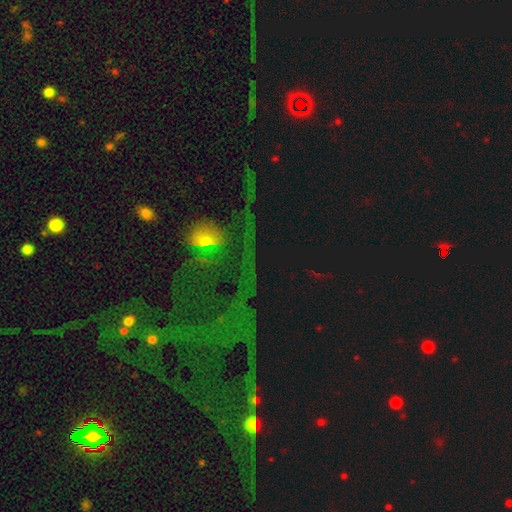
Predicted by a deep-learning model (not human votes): smooth-or-featured: star or artifact: 66% | featured or disk: 18% | smooth: 16%